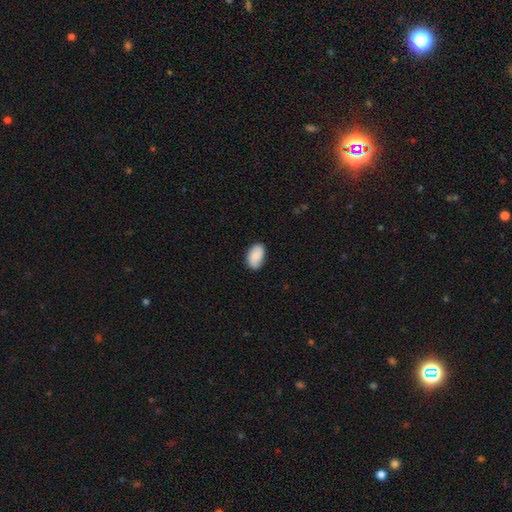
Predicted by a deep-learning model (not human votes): Smooth or featured? smooth (83%)
How rounded? in between (92%)
Merging? none (81%)